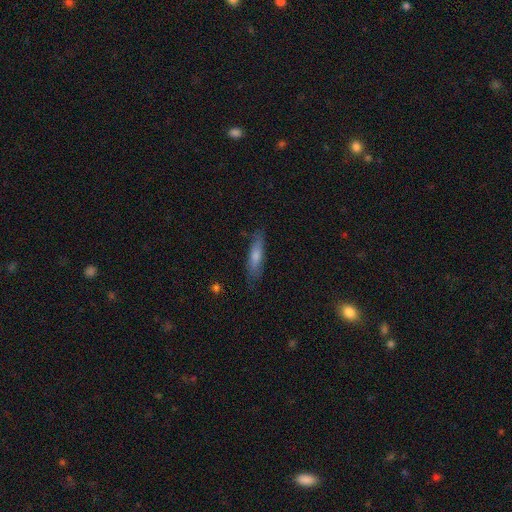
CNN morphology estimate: Overall: smooth (61%; featured or disk 32%). How rounded: cigar-shaped (77%). Merging: none (81%).